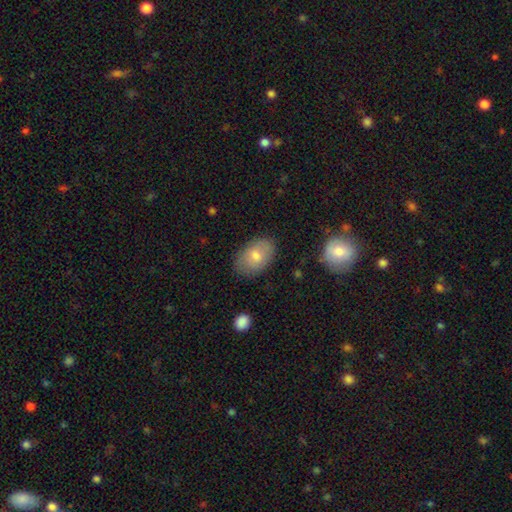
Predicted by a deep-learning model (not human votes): Smooth or featured?
  - smooth: 74% *
  - featured or disk: 19%
  - star or artifact: 7%
How rounded?
  - in between: 88% *
  - round: 11%
  - cigar-shaped: 1%
Merging?
  - none: 80% *
  - minor disturbance: 15%
  - major disturbance: 3%
  - merger: 2%